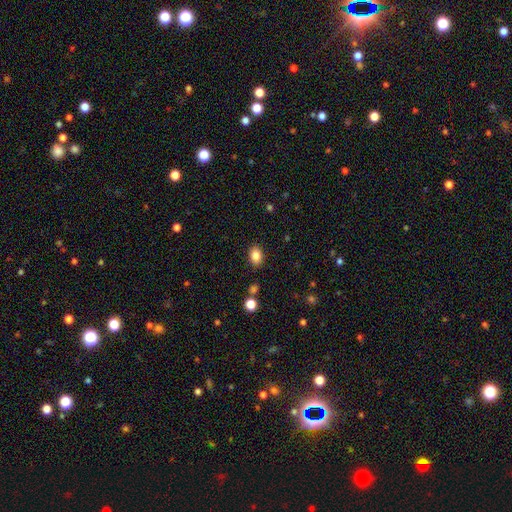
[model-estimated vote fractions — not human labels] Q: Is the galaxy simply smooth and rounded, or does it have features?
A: smooth — 84%.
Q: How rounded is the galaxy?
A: in between — 75%.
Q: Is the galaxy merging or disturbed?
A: none — 86%.